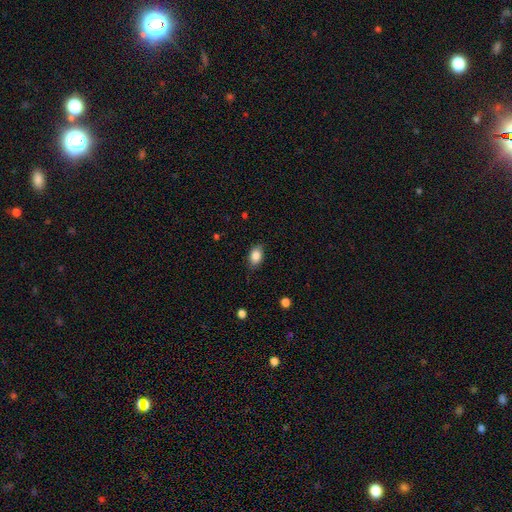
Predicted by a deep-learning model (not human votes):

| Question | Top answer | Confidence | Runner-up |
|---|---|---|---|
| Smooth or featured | smooth | 86% | star or artifact (8%) |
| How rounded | in between | 86% | round (13%) |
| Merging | none | 81% | minor disturbance (14%) |